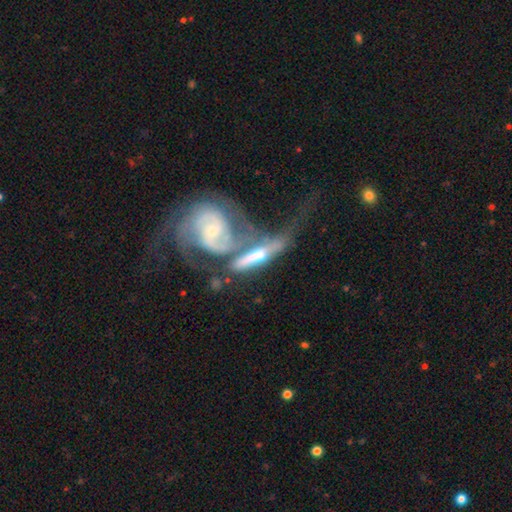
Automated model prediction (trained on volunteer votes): Smooth or featured? Predicted: featured or disk (p=0.77). Edge-on disk? Predicted: no (p=0.69). Bar? Predicted: no (p=0.51). Spiral arms? Predicted: yes (p=0.84). Bulge size? Predicted: small (p=0.55). Merging? Predicted: merger (p=0.58).